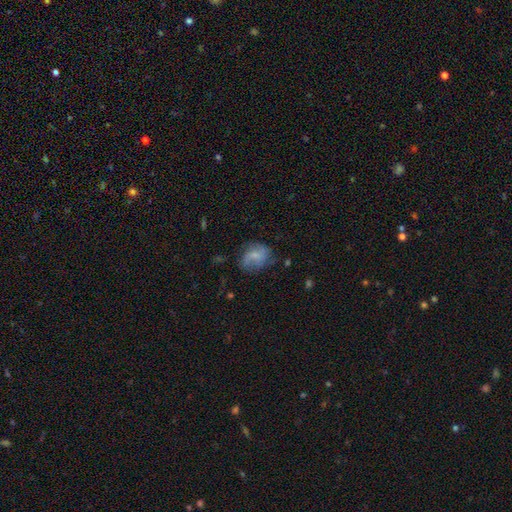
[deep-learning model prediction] Q: Smooth or featured?
A: smooth (52%); runner-up: featured or disk (38%)
Q: How rounded?
A: in between (60%); runner-up: round (38%)
Q: Merging?
A: none (54%); runner-up: minor disturbance (27%)